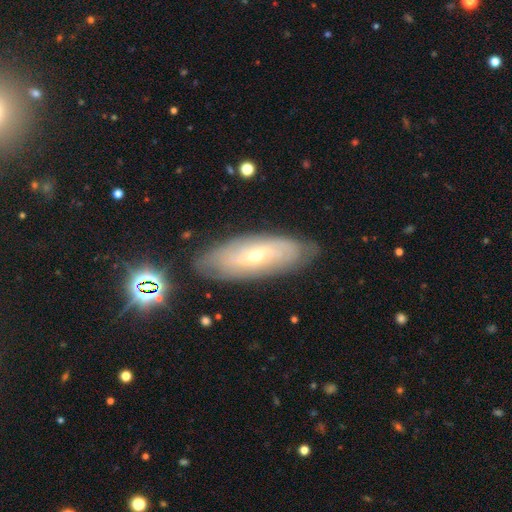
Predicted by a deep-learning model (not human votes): smooth_or_featured: featured or disk (p=0.70) [alt: smooth p=0.22]
disk_edge_on: no (p=0.82) [alt: yes p=0.18]
bar: no (p=0.55) [alt: weak p=0.33]
has_spiral_arms: yes (p=0.74) [alt: no p=0.26]
bulge_size: small (p=0.67) [alt: moderate p=0.30]
merging: none (p=0.83) [alt: minor disturbance p=0.12]